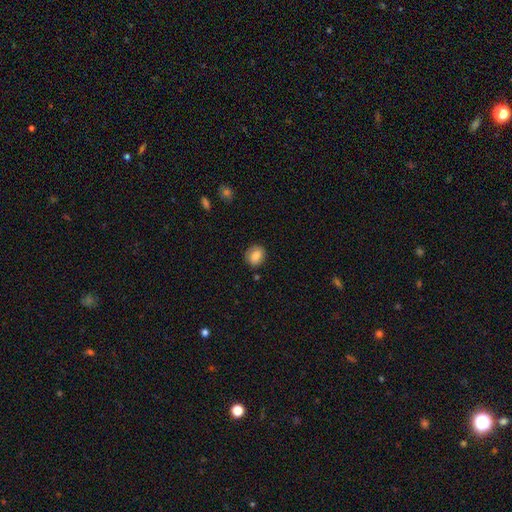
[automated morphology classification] Q: Smooth or featured?
A: smooth (82%); runner-up: featured or disk (10%)
Q: How rounded?
A: round (68%); runner-up: in between (31%)
Q: Merging?
A: none (84%); runner-up: minor disturbance (12%)